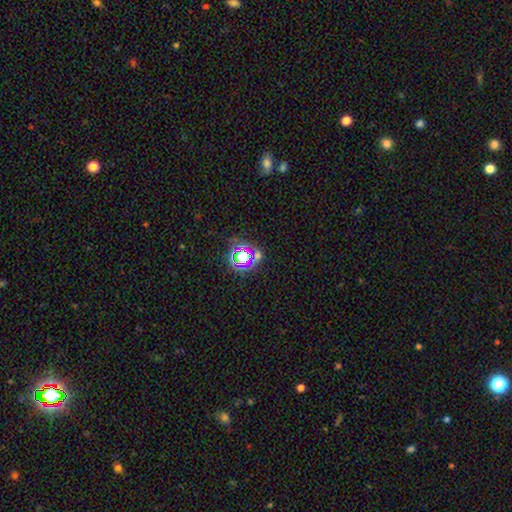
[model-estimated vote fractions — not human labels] Q: Smooth or featured?
A: star or artifact (67%); runner-up: smooth (22%)